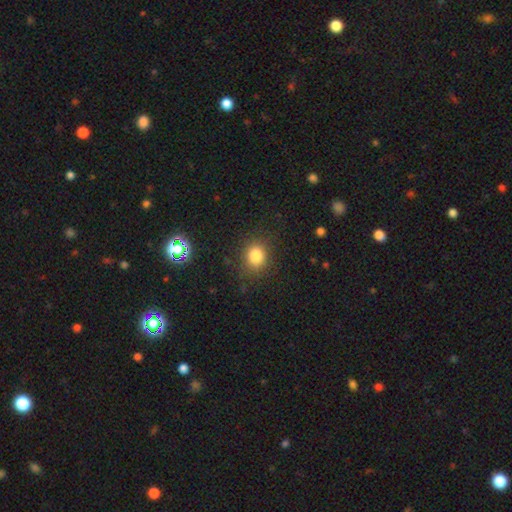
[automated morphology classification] The model was most divided on "how rounded": round: 67%, in between: 32%, cigar-shaped: 1%. More confident: merging — none (83%); smooth or featured — smooth (82%).